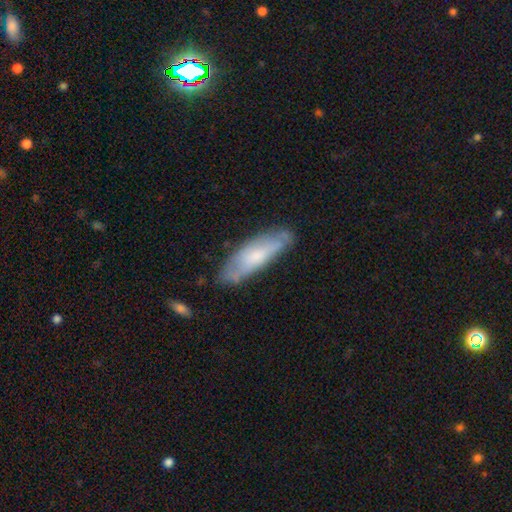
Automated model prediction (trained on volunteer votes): Smooth or featured? Predicted: smooth (p=0.55). How rounded? Predicted: cigar-shaped (p=0.52). Merging? Predicted: none (p=0.68).